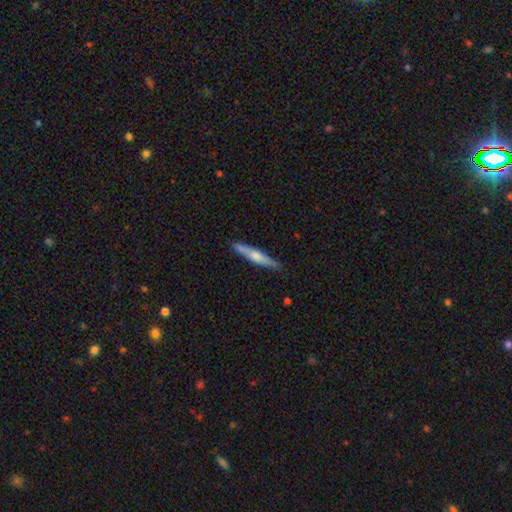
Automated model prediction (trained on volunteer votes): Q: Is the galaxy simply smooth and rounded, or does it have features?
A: smooth — 50%.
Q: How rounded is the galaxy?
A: cigar-shaped — 92%.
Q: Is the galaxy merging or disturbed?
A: none — 86%.